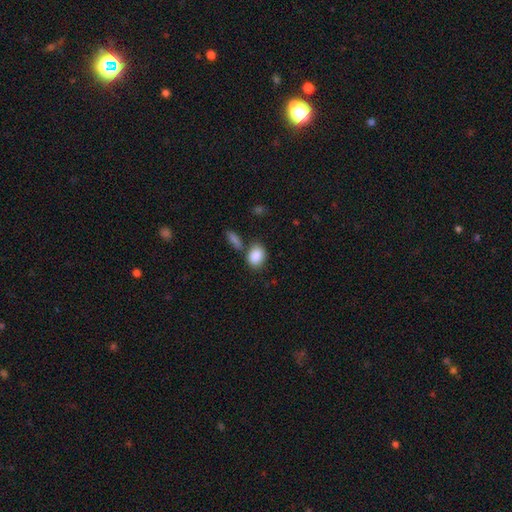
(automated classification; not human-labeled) Smooth or featured?
  - smooth: 87% *
  - star or artifact: 7%
  - featured or disk: 5%
How rounded?
  - in between: 68% *
  - round: 31%
  - cigar-shaped: 1%
Merging?
  - none: 65% *
  - merger: 17%
  - minor disturbance: 14%
  - major disturbance: 4%